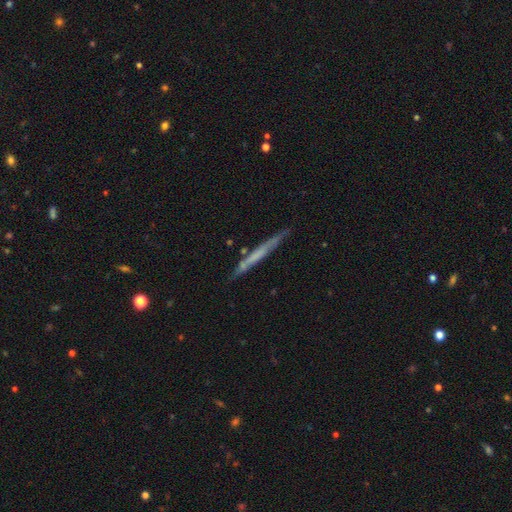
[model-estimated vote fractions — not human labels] Smooth or featured: featured or disk — 50% (smooth — 44%)
Merging: none — 84% (minor disturbance — 12%)